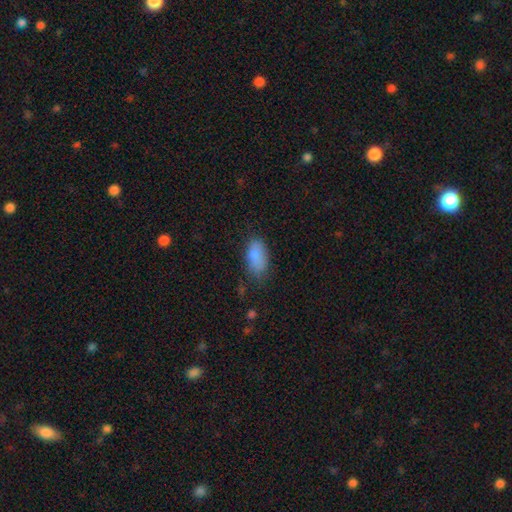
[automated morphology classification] The model was most divided on "merging": none: 58%, minor disturbance: 29%, major disturbance: 10%, merger: 3%. More confident: how rounded — in between (92%); smooth or featured — smooth (82%).